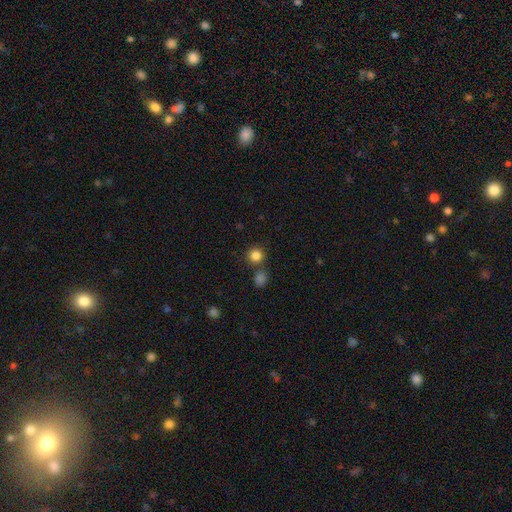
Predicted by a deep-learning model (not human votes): smooth_or_featured: smooth (p=0.83) [alt: star or artifact p=0.12]
how_rounded: round (p=0.92) [alt: in between p=0.08]
merging: none (p=0.74) [alt: merger p=0.15]